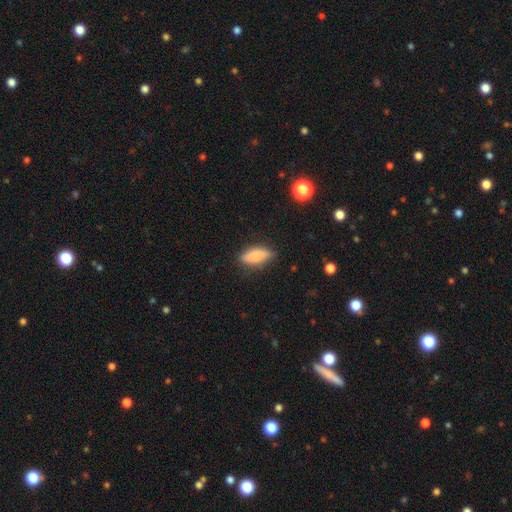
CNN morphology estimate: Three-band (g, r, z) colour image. It shows a smooth galaxy with no disk features (82%) that is in between round and cigar-shaped (71%). Merging: none (81%).